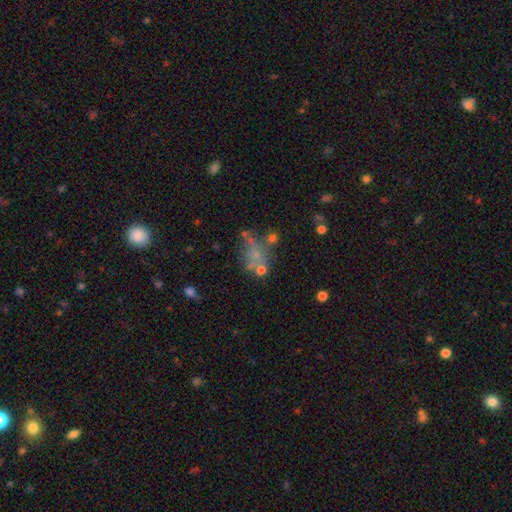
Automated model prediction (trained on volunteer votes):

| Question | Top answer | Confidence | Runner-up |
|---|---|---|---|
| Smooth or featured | smooth | 44% | featured or disk (31%) |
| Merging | none | 42% | merger (24%) |